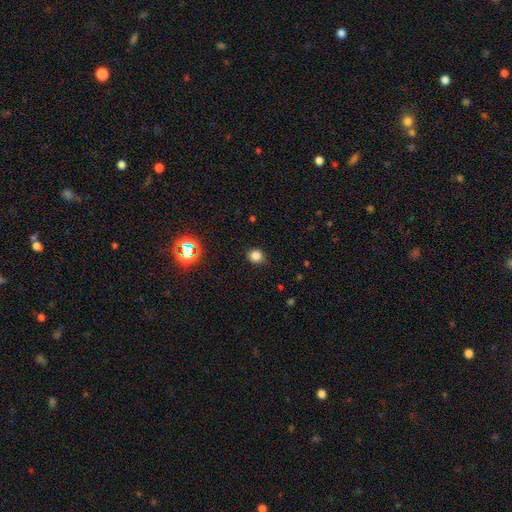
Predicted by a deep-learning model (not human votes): Q: Smooth or featured?
A: smooth (80%); runner-up: star or artifact (16%)
Q: How rounded?
A: round (86%); runner-up: in between (13%)
Q: Merging?
A: none (83%); runner-up: minor disturbance (12%)